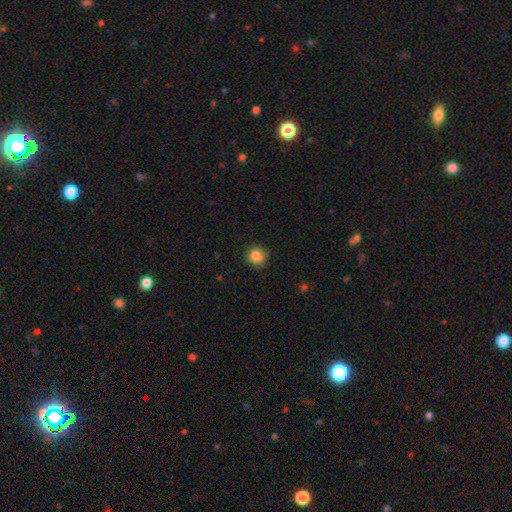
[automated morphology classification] A smooth galaxy with no disk features (85%) that is round (88%).

Vote fractions:
- Smooth or featured? smooth: 85% / star or artifact: 10% / featured or disk: 4%
- How rounded? round: 88% / in between: 11% / cigar-shaped: 1%
- Merging? none: 86% / minor disturbance: 10% / major disturbance: 2% / merger: 1%